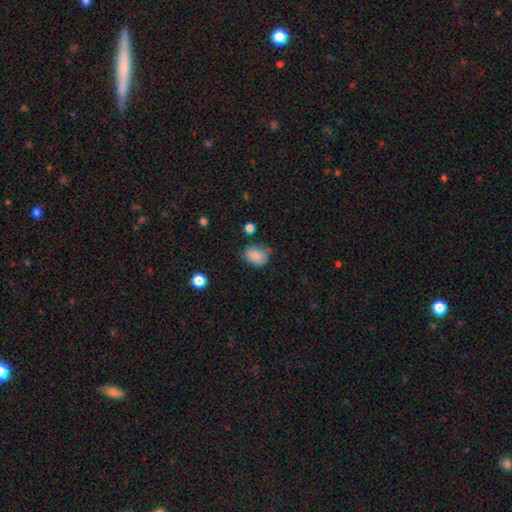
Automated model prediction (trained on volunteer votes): Overall: smooth (85%). How rounded: in between (64%; round 35%). Merging: none (58%; minor disturbance 31%).